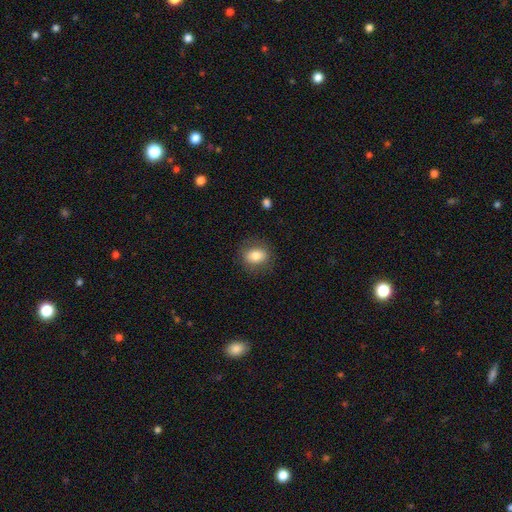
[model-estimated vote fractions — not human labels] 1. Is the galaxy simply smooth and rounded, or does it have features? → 78% smooth, 13% featured or disk, 9% star or artifact.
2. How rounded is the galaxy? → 52% in between, 47% round, 1% cigar-shaped.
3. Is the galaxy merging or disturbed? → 82% none, 12% minor disturbance, 5% major disturbance, 1% merger.